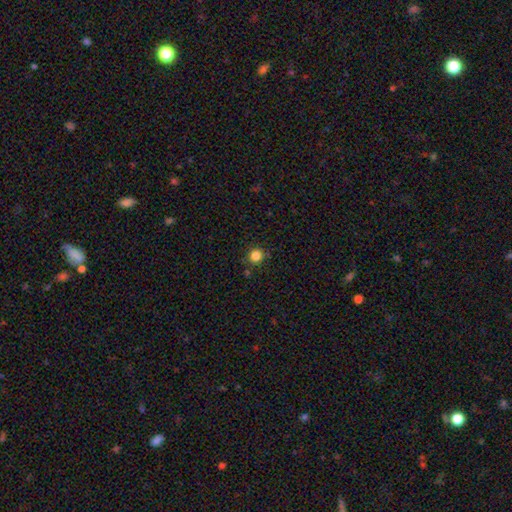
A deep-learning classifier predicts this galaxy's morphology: A smooth galaxy with no disk features (84%) that is round (93%).

Vote fractions:
- Smooth or featured? smooth: 84% / star or artifact: 13% / featured or disk: 4%
- How rounded? round: 93% / in between: 6% / cigar-shaped: 1%
- Merging? none: 87% / minor disturbance: 8% / merger: 3% / major disturbance: 2%